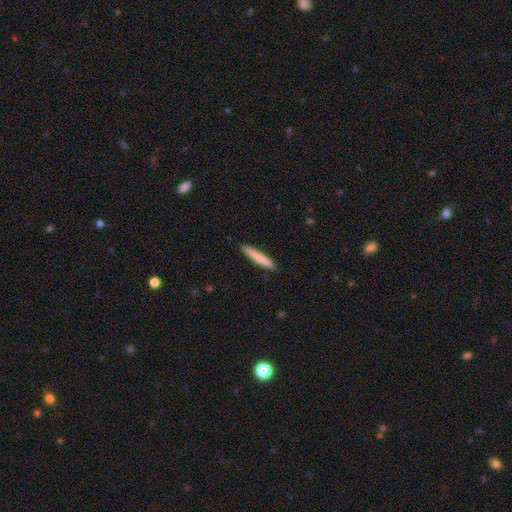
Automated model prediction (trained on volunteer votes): Q: Smooth or featured?
A: smooth (78%); runner-up: featured or disk (16%)
Q: How rounded?
A: cigar-shaped (95%); runner-up: in between (4%)
Q: Merging?
A: none (90%); runner-up: minor disturbance (8%)